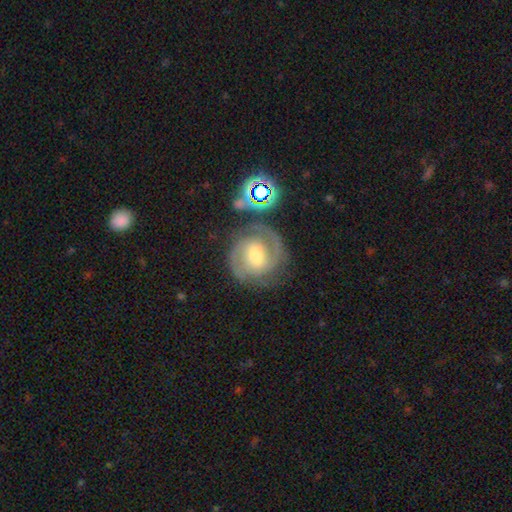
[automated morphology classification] Smooth or featured? Predicted: featured or disk (p=0.84). Edge-on disk? Predicted: no (p=0.98). Bar? Predicted: weak (p=0.49). Spiral arms? Predicted: yes (p=0.97). Spiral winding? Predicted: tight (p=0.54). Spiral arm count? Predicted: 2 (p=0.78). Bulge size? Predicted: moderate (p=0.68). Merging? Predicted: none (p=0.74).